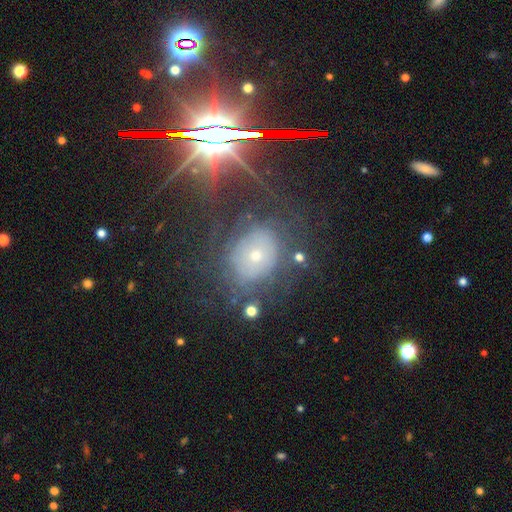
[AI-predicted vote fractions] smooth-or-featured: featured or disk: 37% | star or artifact: 32% | smooth: 31%
  merging: none: 70% | minor disturbance: 17% | major disturbance: 11% | merger: 3%